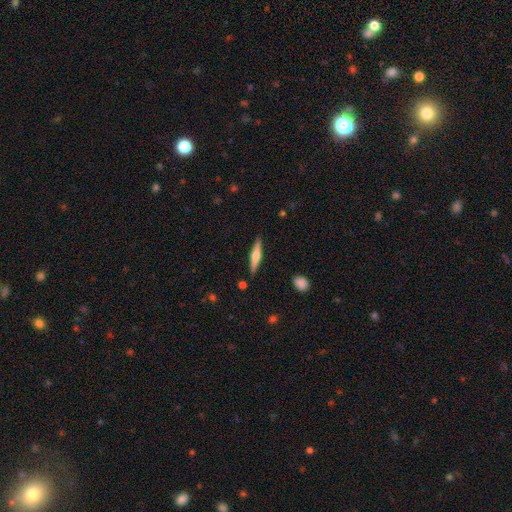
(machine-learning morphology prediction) This appears to be a featured or disk galaxy (52%) viewed edge-on (96%) with a rounded central bulge (81%). Merging: none (89%).